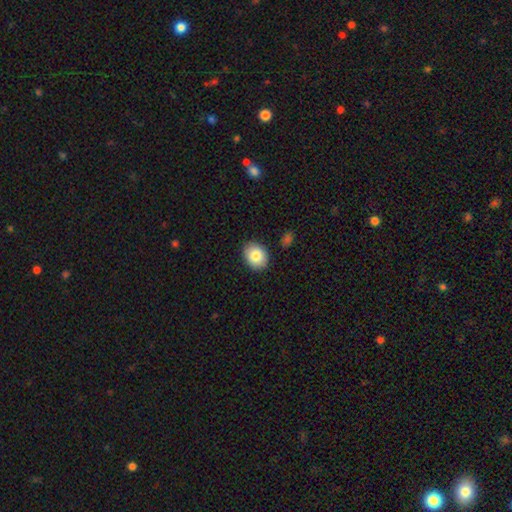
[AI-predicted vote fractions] This appears to be a smooth galaxy with no disk features (84%) that is in between round and cigar-shaped (59%). Merging: none (88%).